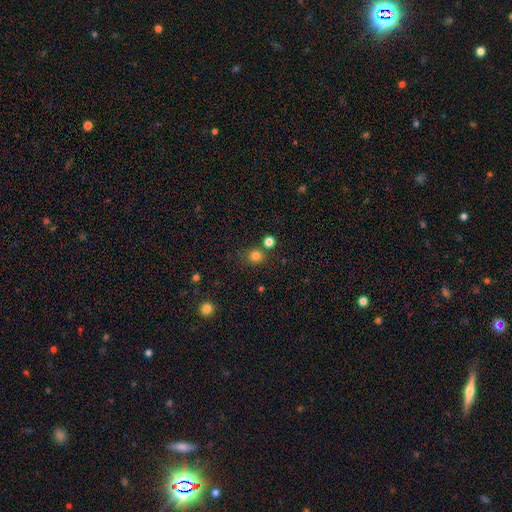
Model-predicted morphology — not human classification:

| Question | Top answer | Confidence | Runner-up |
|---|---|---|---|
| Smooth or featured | smooth | 80% | star or artifact (15%) |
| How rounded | round | 82% | in between (17%) |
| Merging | none | 73% | merger (13%) |